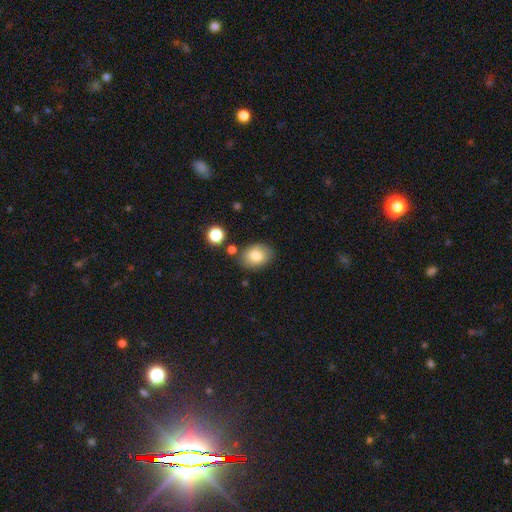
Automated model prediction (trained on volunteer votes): Smooth or featured? smooth (81%)
How rounded? in between (71%)
Merging? none (78%)